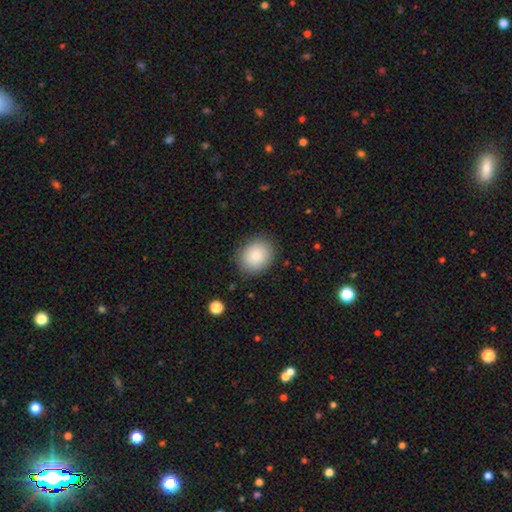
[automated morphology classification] This is clearly a smooth galaxy (87%). How rounded: possibly round (57%). Merging: clearly none (86%).